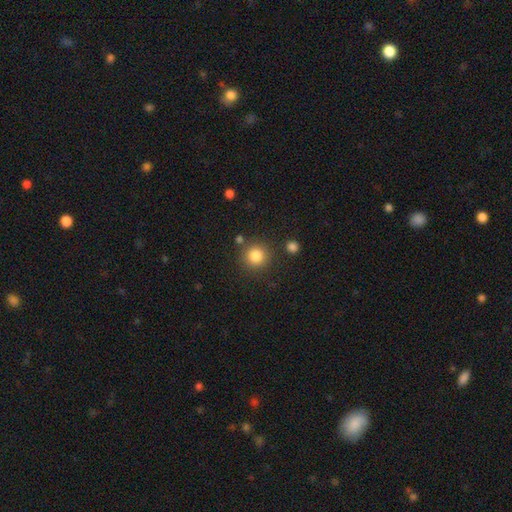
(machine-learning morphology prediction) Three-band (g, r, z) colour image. It shows a smooth galaxy with no disk features (84%) that is round (93%). Merging: none (84%).